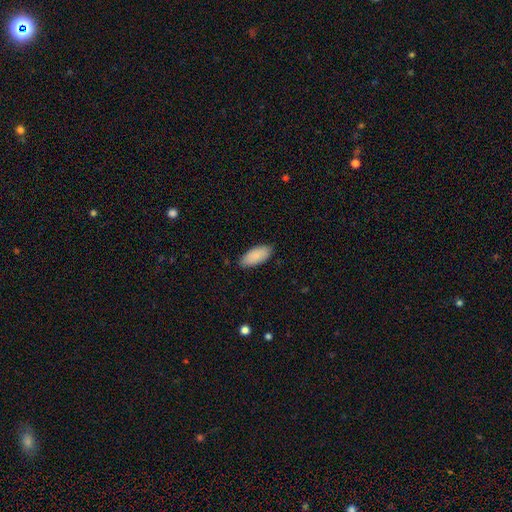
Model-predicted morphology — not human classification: A smooth galaxy with no disk features (89%) that is in between round and cigar-shaped (90%).

Vote fractions:
- Smooth or featured? smooth: 89% / star or artifact: 6% / featured or disk: 5%
- How rounded? in between: 90% / cigar-shaped: 8% / round: 2%
- Merging? none: 84% / minor disturbance: 13% / major disturbance: 2% / merger: 1%